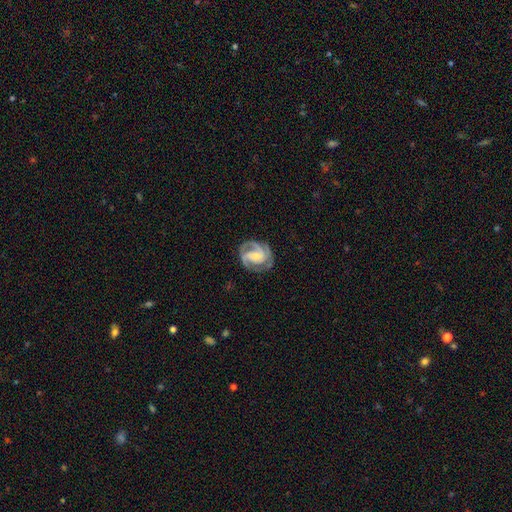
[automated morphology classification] A featured or disk galaxy (89%) with a weak bar (40%, tied with no), 3 (41%, tied with 2) tight (50%) spiral arms (98%) and a small central bulge (56%).

Vote fractions:
- Smooth or featured? featured or disk: 89% / smooth: 7% / star or artifact: 5%
- Edge-on disk? no: 98% / yes: 2%
- Bar? weak: 40% (tied) / no: 40% (tied) / strong: 19%
- Spiral arms? yes: 98% / no: 2%
- Spiral winding? tight: 50% / medium: 43% / loose: 7%
- Spiral arm count? 3: 41% (tied) / 2: 41% (tied) / can't tell: 7% / 4: 4% / 1: 3% / more than 4: 3%
- Bulge size? small: 56% / moderate: 35% / none: 5% / large: 3% / dominant: 1%
- Merging? none: 75% / minor disturbance: 16% / major disturbance: 7% / merger: 1%